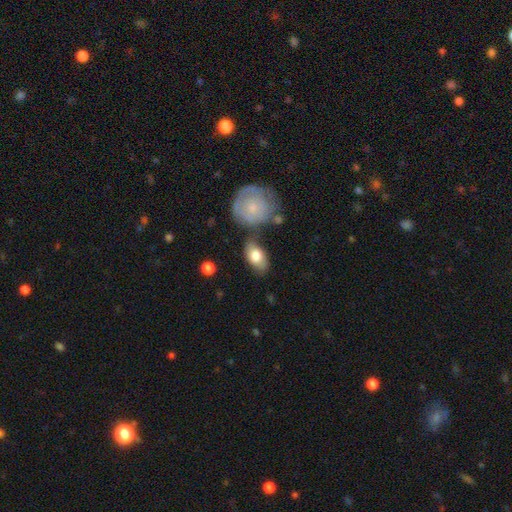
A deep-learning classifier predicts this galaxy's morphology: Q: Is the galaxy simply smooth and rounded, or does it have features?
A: smooth — 75%.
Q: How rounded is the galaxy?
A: in between — 87%.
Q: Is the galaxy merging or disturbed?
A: none — 61%.